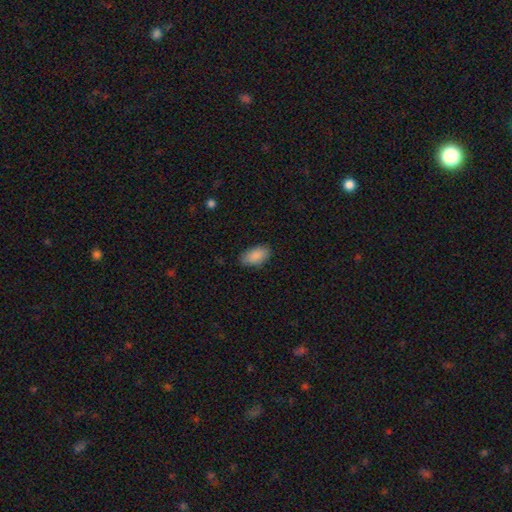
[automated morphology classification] Smooth or featured: smooth — 89% (star or artifact — 7%)
How rounded: in between — 93% (cigar-shaped — 3%)
Merging: none — 81% (minor disturbance — 15%)